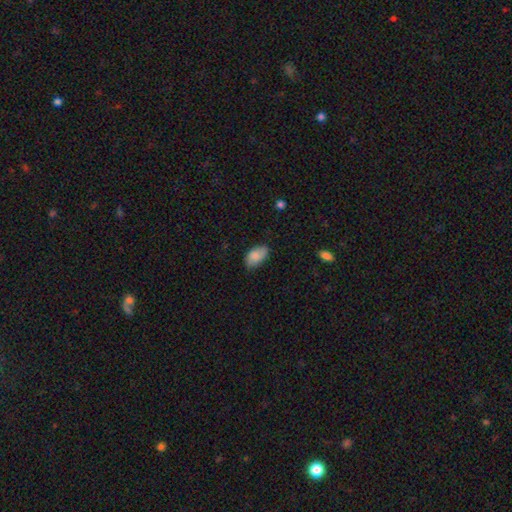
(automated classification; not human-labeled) Smooth or featured?
  - smooth: 84% *
  - featured or disk: 9%
  - star or artifact: 7%
How rounded?
  - in between: 94% *
  - round: 4%
  - cigar-shaped: 2%
Merging?
  - none: 68% *
  - minor disturbance: 26%
  - major disturbance: 4%
  - merger: 1%